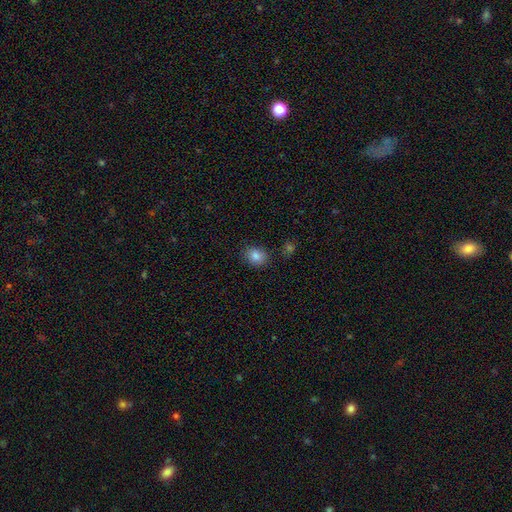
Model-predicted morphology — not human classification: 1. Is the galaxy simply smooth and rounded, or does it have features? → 84% smooth, 10% star or artifact, 6% featured or disk.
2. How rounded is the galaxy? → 59% round, 40% in between, 1% cigar-shaped.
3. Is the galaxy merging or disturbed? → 83% none, 11% minor disturbance, 3% merger, 3% major disturbance.